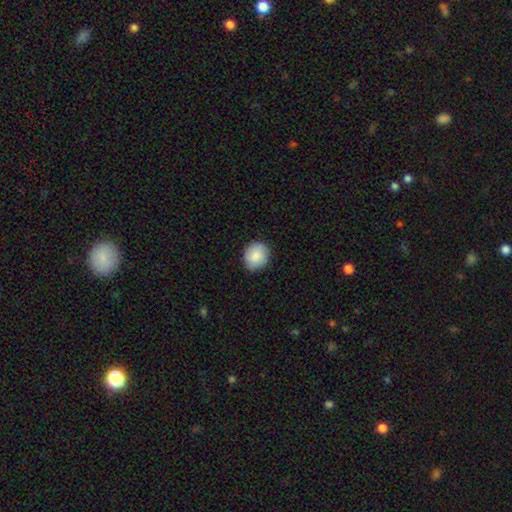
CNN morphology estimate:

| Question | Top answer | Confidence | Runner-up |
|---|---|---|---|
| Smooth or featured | smooth | 86% | featured or disk (8%) |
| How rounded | round | 77% | in between (22%) |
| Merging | none | 86% | minor disturbance (10%) |